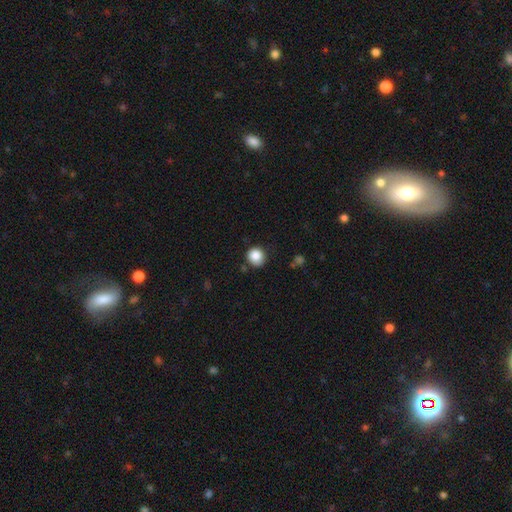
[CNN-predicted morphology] type=smooth (86%); roundness=round (91%); merging=none (79%).